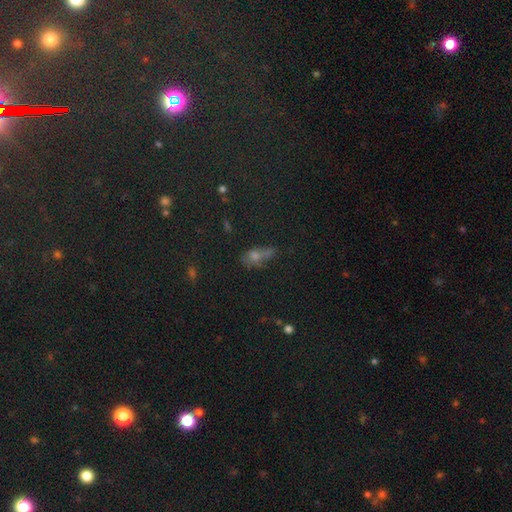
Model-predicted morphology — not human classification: Overall: smooth (48%; star or artifact 34%). Merging: none (44%; minor disturbance 25%).